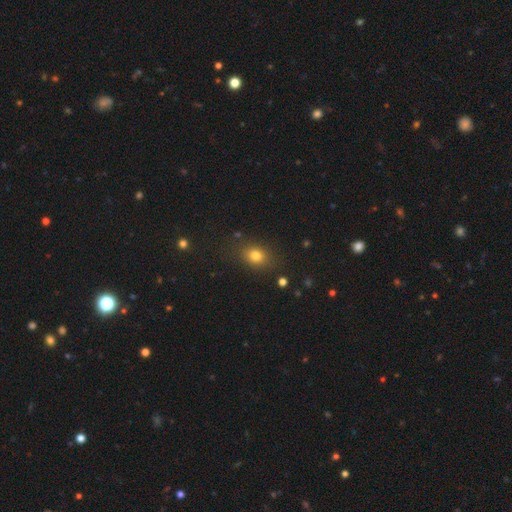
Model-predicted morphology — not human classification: smooth-or-featured: smooth: 78% | star or artifact: 13% | featured or disk: 8%
  how-rounded: in between: 54% | round: 44% | cigar-shaped: 2%
  merging: none: 81% | minor disturbance: 13% | major disturbance: 4% | merger: 2%